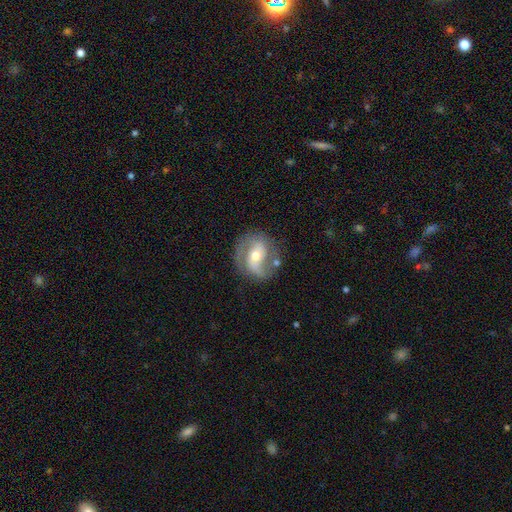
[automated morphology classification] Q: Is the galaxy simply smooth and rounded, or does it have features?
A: featured or disk — 82%.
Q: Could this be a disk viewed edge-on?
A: no — 97%.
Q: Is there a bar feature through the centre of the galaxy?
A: weak — 39%.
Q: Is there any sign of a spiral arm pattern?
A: yes — 93%.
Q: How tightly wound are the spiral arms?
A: medium — 51%.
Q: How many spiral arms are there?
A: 2 — 86%.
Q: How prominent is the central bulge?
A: moderate — 65%.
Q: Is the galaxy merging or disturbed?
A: none — 72%.